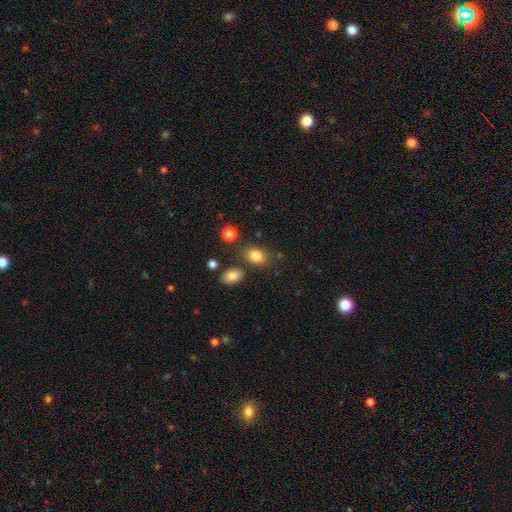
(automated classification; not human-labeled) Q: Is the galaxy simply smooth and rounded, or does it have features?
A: smooth — 81%.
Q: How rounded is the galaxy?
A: in between — 73%.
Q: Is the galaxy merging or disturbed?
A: none — 72%.